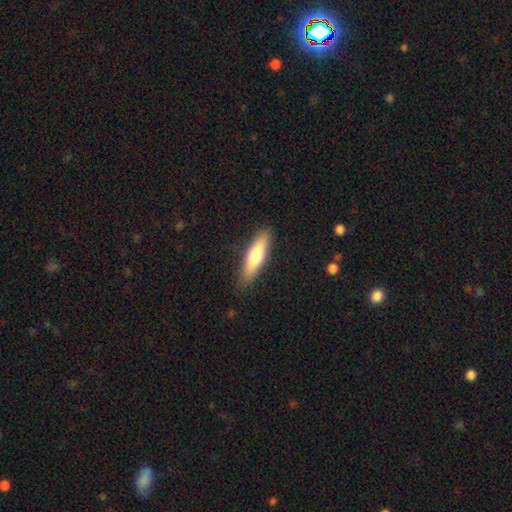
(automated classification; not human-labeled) The model was most divided on "how rounded": cigar-shaped: 65%, in between: 34%, round: 2%. More confident: merging — none (86%); smooth or featured — smooth (65%).